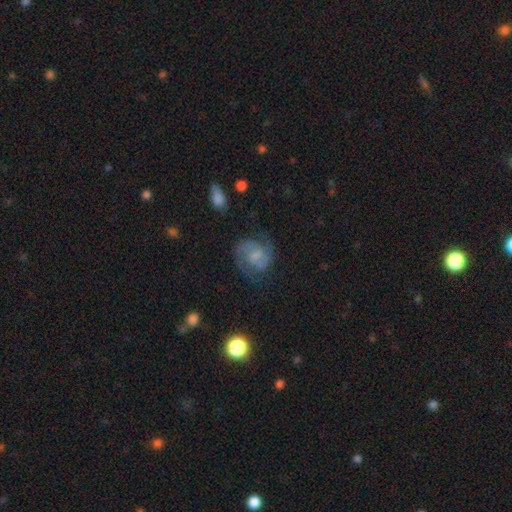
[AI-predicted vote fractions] Q: Smooth or featured?
A: featured or disk (71%); runner-up: smooth (21%)
Q: Edge-on disk?
A: no (98%); runner-up: yes (2%)
Q: Bar?
A: no (46%); tied with: weak (46%)
Q: Spiral arms?
A: yes (93%); runner-up: no (7%)
Q: Spiral winding?
A: medium (51%); runner-up: tight (31%)
Q: Spiral arm count?
A: 2 (83%); runner-up: can't tell (8%)
Q: Bulge size?
A: small (42%); runner-up: moderate (27%)
Q: Merging?
A: none (69%); runner-up: minor disturbance (19%)